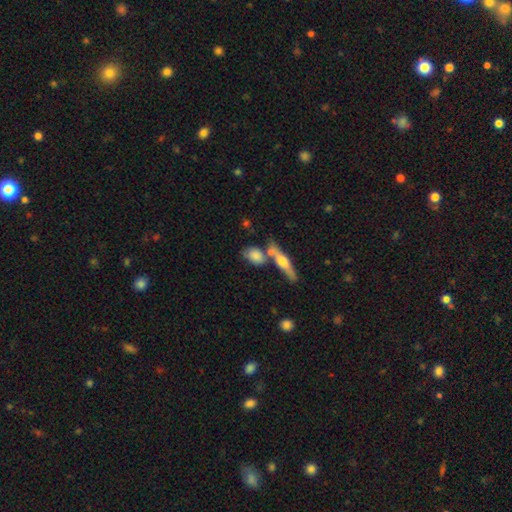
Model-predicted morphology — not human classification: smooth 71%, featured or disk 22%, star or artifact 7%. Down the decision tree: how rounded — in between (64%); merging — none (49%).